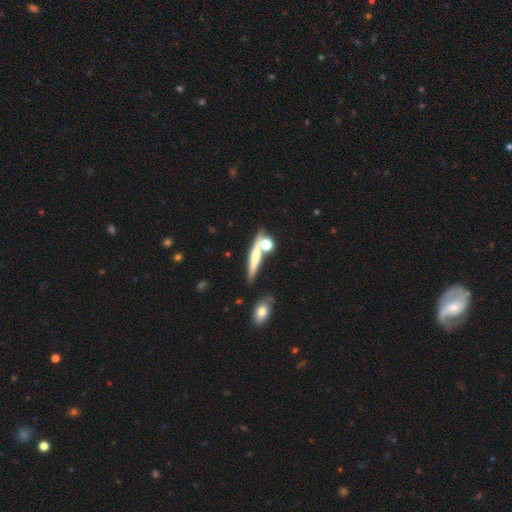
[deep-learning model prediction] Smooth or featured?
  - smooth: 56% *
  - featured or disk: 34%
  - star or artifact: 10%
How rounded?
  - cigar-shaped: 77% *
  - in between: 12%
  - round: 10%
Merging?
  - none: 64% *
  - merger: 19%
  - minor disturbance: 13%
  - major disturbance: 5%